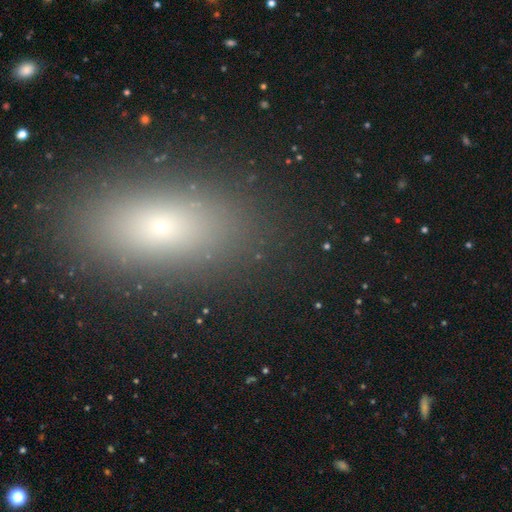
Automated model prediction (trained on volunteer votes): Smooth or featured: smooth — 68% (star or artifact — 18%)
How rounded: in between — 78% (cigar-shaped — 12%)
Merging: none — 88% (minor disturbance — 8%)